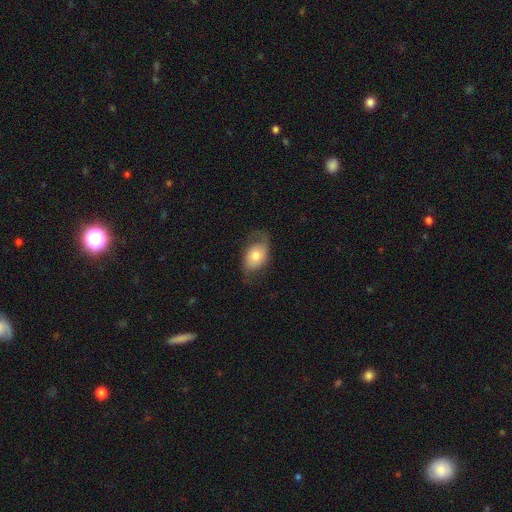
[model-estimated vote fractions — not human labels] smooth 56%, featured or disk 37%, star or artifact 7%. Down the decision tree: how rounded — in between (82%); merging — none (57%).